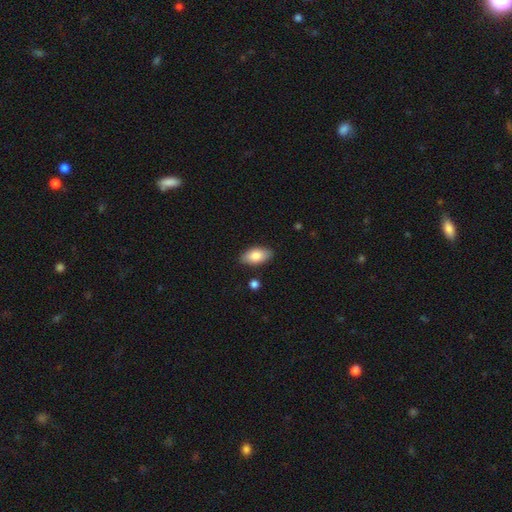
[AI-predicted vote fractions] Q: Smooth or featured?
A: smooth (83%); runner-up: featured or disk (10%)
Q: How rounded?
A: in between (93%); runner-up: cigar-shaped (3%)
Q: Merging?
A: none (86%); runner-up: minor disturbance (10%)